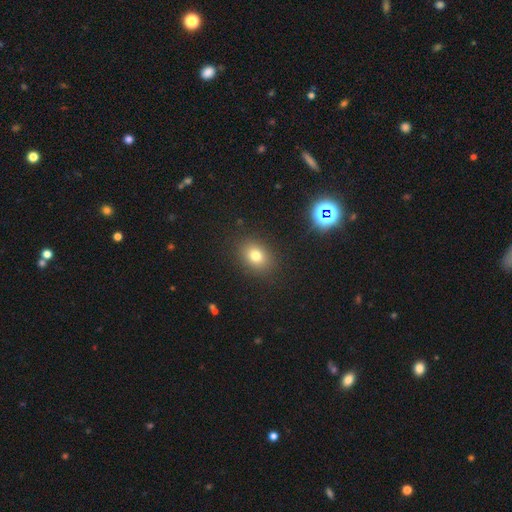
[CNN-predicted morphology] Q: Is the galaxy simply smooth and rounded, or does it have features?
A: smooth — 76%.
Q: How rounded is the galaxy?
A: in between — 59%.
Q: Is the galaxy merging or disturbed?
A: none — 87%.